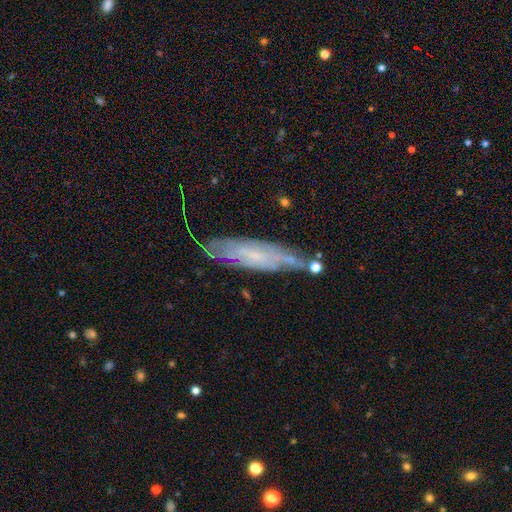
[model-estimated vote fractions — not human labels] Morphology: type=featured or disk (63%); edge-on=no (57%); merging=none (67%).